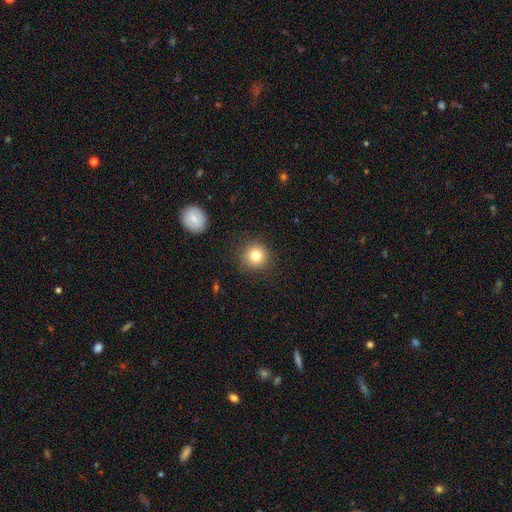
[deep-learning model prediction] A smooth galaxy with no disk features (80%) that is round (93%). Merging: none (88%).